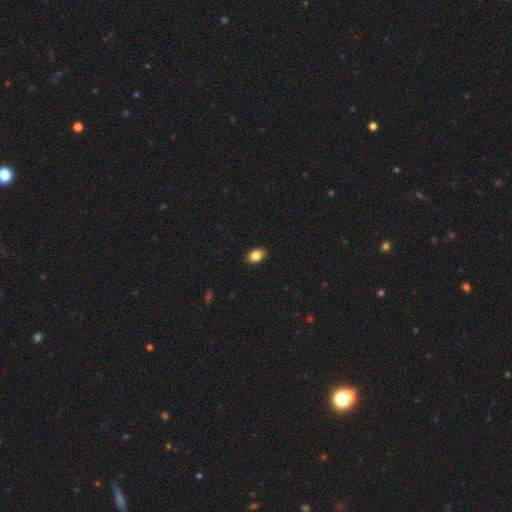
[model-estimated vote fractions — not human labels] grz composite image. It shows a smooth galaxy with no disk features (84%) that is in between round and cigar-shaped (84%). Merging: none (89%).